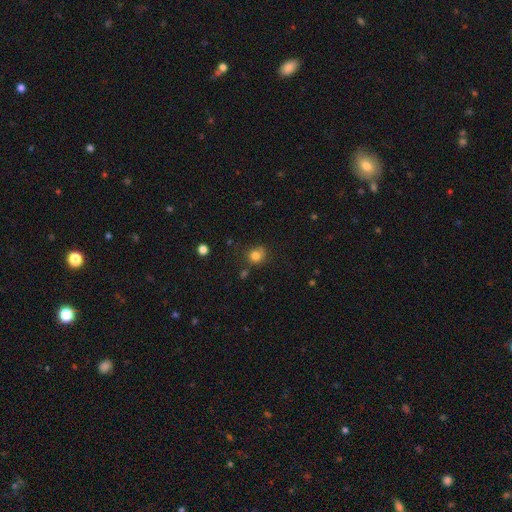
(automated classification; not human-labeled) This appears to be a smooth galaxy with no disk features (81%) that is round (80%). Merging: none (65%).